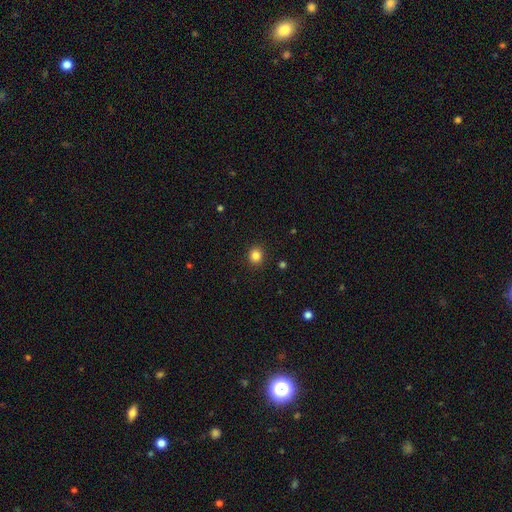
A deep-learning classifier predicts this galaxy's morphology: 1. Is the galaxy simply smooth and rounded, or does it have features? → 84% smooth, 12% star or artifact, 4% featured or disk.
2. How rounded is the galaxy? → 79% round, 20% in between, 1% cigar-shaped.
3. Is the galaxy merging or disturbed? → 91% none, 6% minor disturbance, 2% major disturbance, 1% merger.